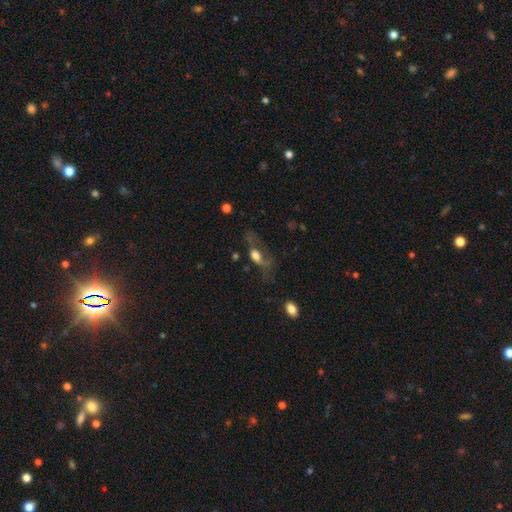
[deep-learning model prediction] smooth-or-featured: smooth: 54% | featured or disk: 35% | star or artifact: 12%
  how-rounded: in between: 73% | round: 14% | cigar-shaped: 14%
  merging: major disturbance: 43% | none: 33% | minor disturbance: 20% | merger: 4%